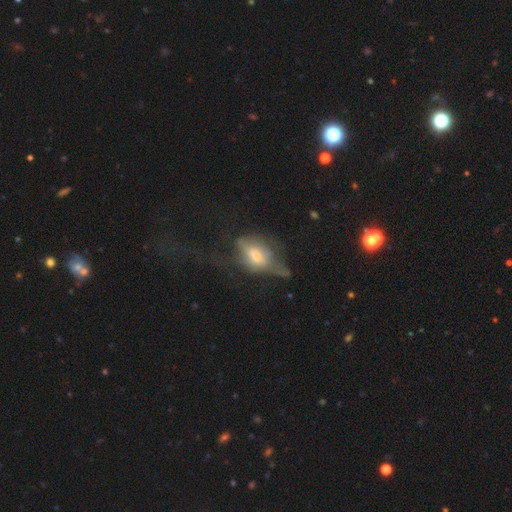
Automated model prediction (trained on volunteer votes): Smooth or featured: smooth — 47% (featured or disk — 43%)
Merging: major disturbance — 48% (minor disturbance — 24%)